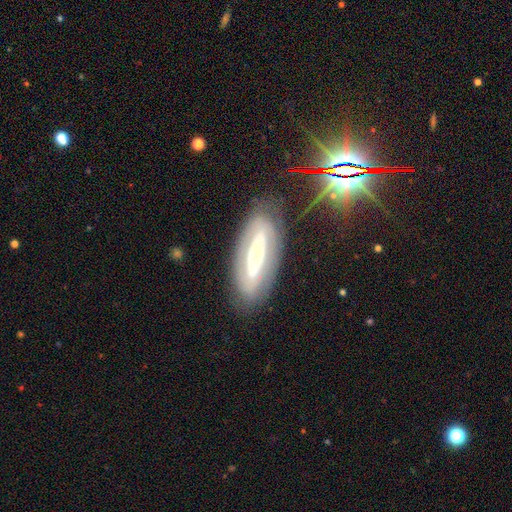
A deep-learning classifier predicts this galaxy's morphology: Overall: featured or disk (72%). Edge-on disk: no (79%). Bar: strong (42%; no 37%). Spiral arms: no (54%; yes 46%). Bulge size: moderate (57%; small 31%). Merging: none (81%).